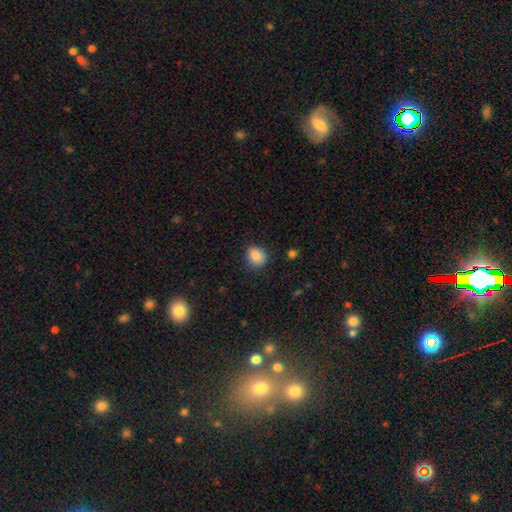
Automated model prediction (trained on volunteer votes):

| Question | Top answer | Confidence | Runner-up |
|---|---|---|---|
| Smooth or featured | smooth | 87% | star or artifact (9%) |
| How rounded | round | 56% | in between (43%) |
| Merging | none | 80% | minor disturbance (15%) |